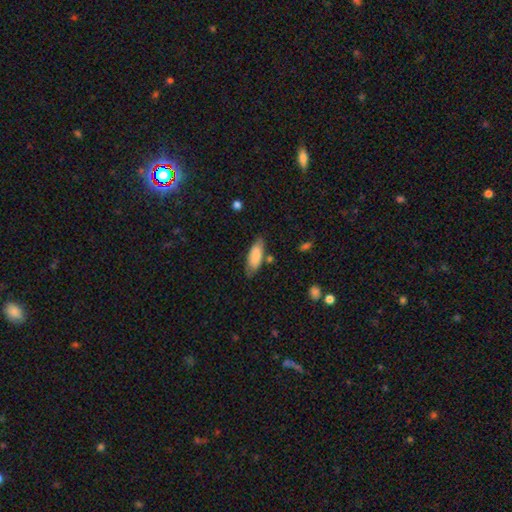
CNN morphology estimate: Q: Smooth or featured?
A: smooth (83%); runner-up: featured or disk (11%)
Q: How rounded?
A: in between (73%); runner-up: cigar-shaped (26%)
Q: Merging?
A: none (75%); runner-up: minor disturbance (18%)